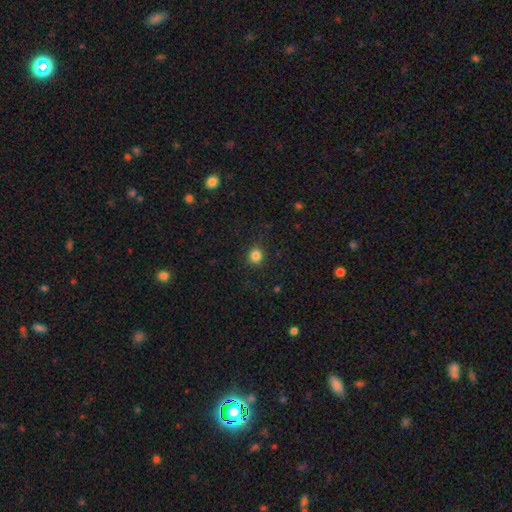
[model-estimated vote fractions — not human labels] This appears to be a smooth galaxy with no disk features (84%) that is round (87%). Merging: none (87%).